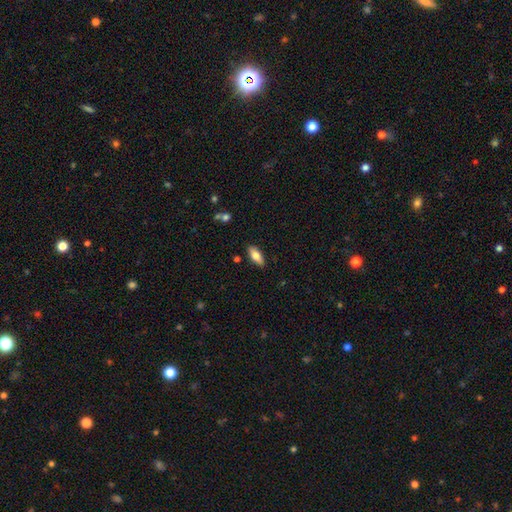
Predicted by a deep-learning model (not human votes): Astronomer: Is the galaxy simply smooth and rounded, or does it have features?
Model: smooth — 74%.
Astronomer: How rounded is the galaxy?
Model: in between — 78%.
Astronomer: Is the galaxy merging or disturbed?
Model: none — 86%.